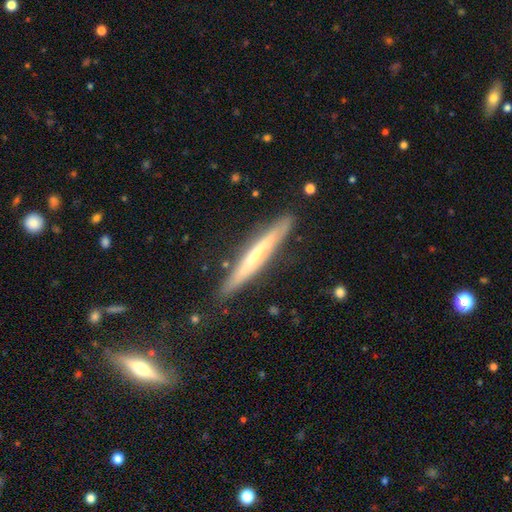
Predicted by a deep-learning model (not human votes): This appears to be a featured or disk galaxy (58%) viewed edge-on (93%) with a rounded central bulge (47%). Merging: none (87%).